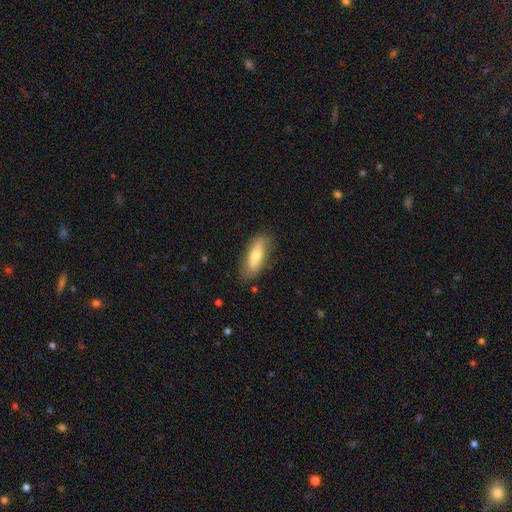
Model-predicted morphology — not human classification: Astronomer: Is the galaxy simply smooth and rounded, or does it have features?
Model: smooth — 61%.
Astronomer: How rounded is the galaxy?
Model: in between — 54% (runner-up: cigar-shaped, 43%).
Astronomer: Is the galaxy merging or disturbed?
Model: none — 80%.